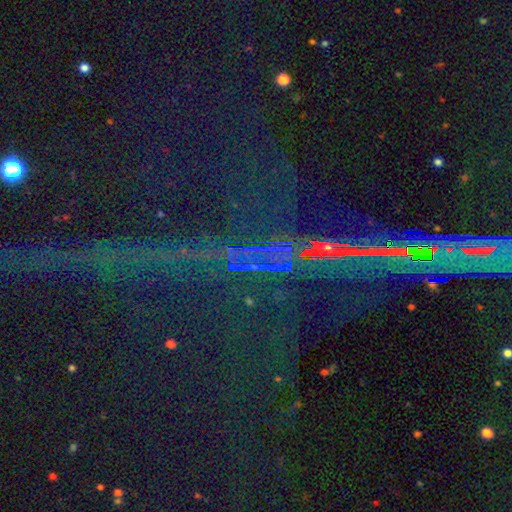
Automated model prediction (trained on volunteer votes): Overall: star or artifact (87%).